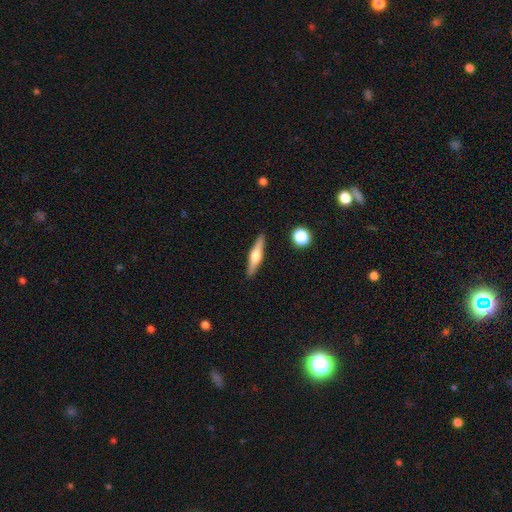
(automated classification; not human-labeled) This appears to be a featured or disk galaxy (58%) viewed edge-on (96%) with a rounded central bulge (89%). Merging: none (89%).